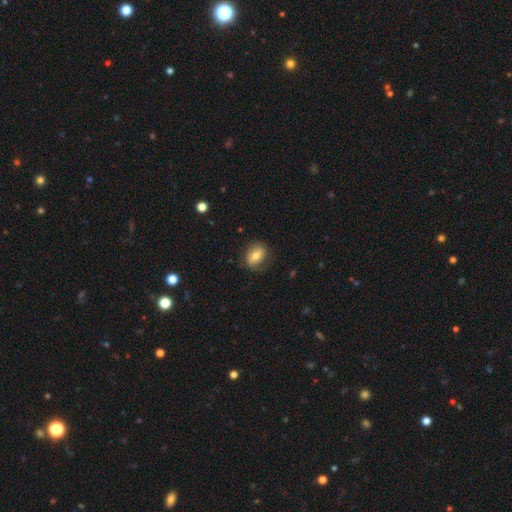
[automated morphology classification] This appears to be a smooth galaxy with no disk features (68%) that is in between round and cigar-shaped (60%). Merging: none (77%).